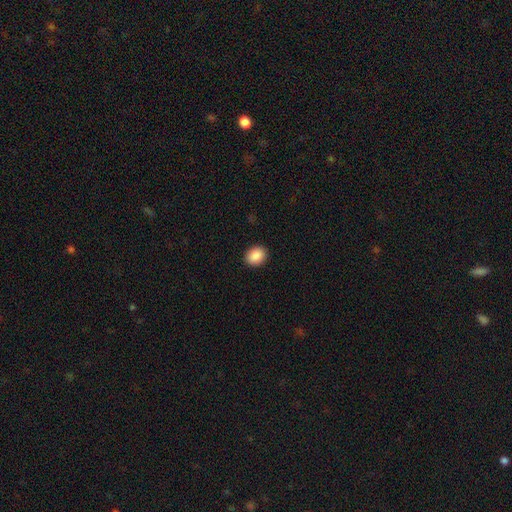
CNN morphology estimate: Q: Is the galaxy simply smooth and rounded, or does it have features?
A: smooth — 89%.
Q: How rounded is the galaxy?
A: in between — 50%.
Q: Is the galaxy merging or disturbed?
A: none — 91%.